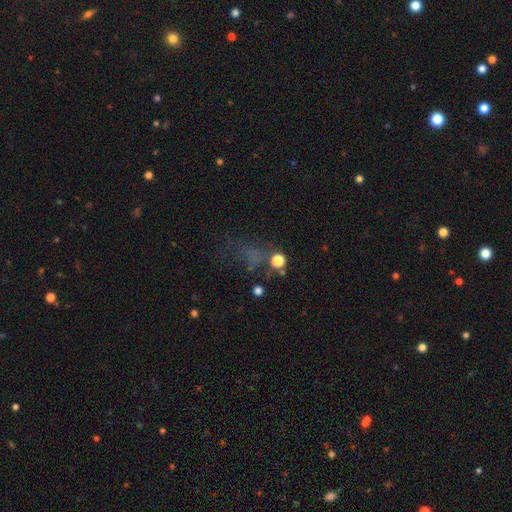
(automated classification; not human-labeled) Overall: star or artifact (45%; smooth 36%).